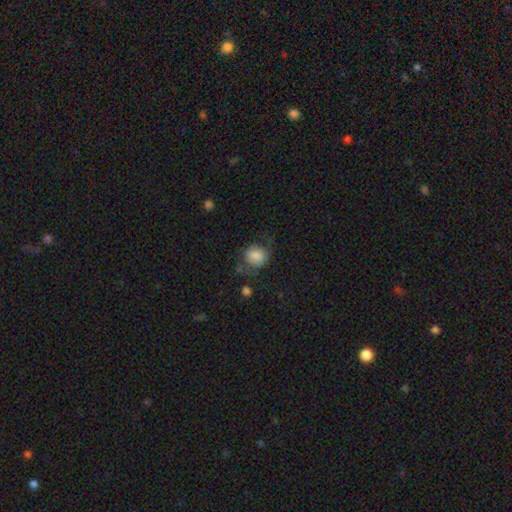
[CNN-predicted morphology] The model was most divided on "merging": none: 56%, minor disturbance: 23%, major disturbance: 17%, merger: 3%. More confident: smooth or featured — smooth (75%); how rounded — round (72%).